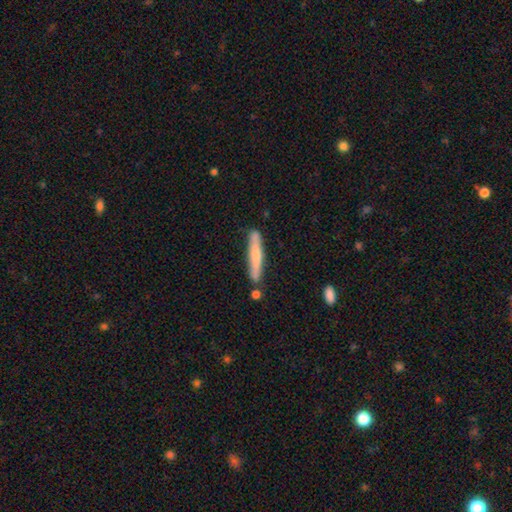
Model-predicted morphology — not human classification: smooth_or_featured: smooth (p=0.61) [alt: featured or disk p=0.34]
how_rounded: cigar-shaped (p=0.94) [alt: in between p=0.05]
merging: none (p=0.78) [alt: minor disturbance p=0.14]